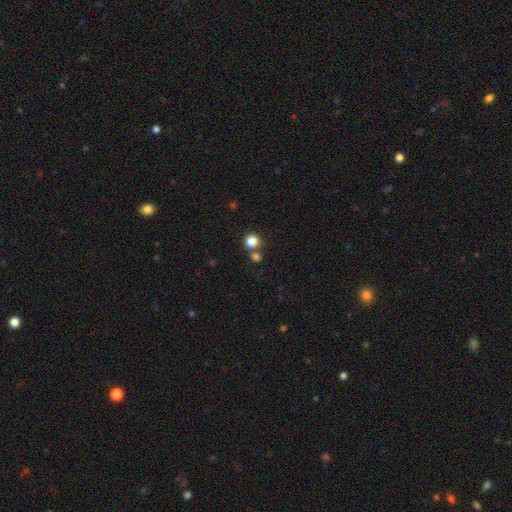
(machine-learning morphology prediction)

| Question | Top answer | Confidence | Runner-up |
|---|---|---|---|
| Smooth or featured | smooth | 63% | star or artifact (30%) |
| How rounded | round | 88% | in between (11%) |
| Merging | none | 74% | merger (15%) |